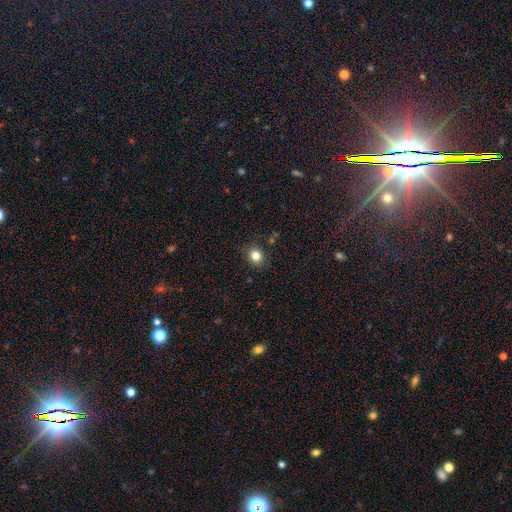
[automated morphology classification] Q: Smooth or featured?
A: smooth (81%); runner-up: star or artifact (13%)
Q: How rounded?
A: round (76%); runner-up: in between (23%)
Q: Merging?
A: none (86%); runner-up: minor disturbance (10%)